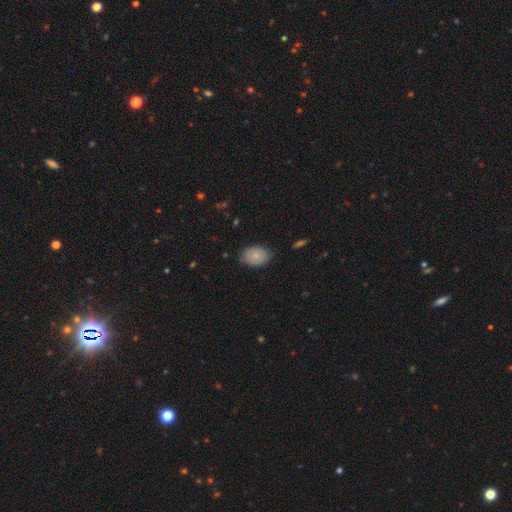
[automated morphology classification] A smooth galaxy with no disk features (83%) that is in between round and cigar-shaped (79%). Merging: none (77%).